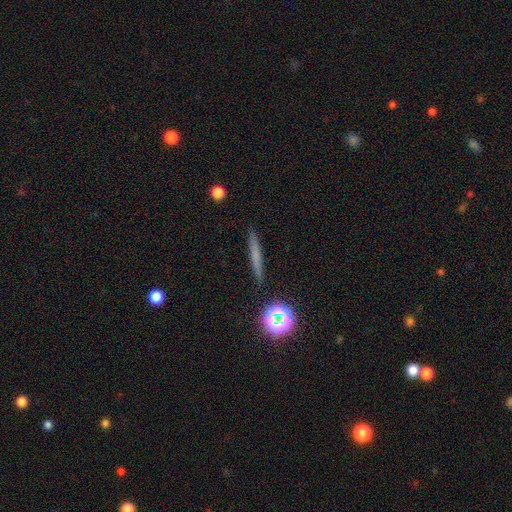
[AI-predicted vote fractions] Morphology: type=smooth (57%); roundness=cigar-shaped (90%); merging=none (90%).